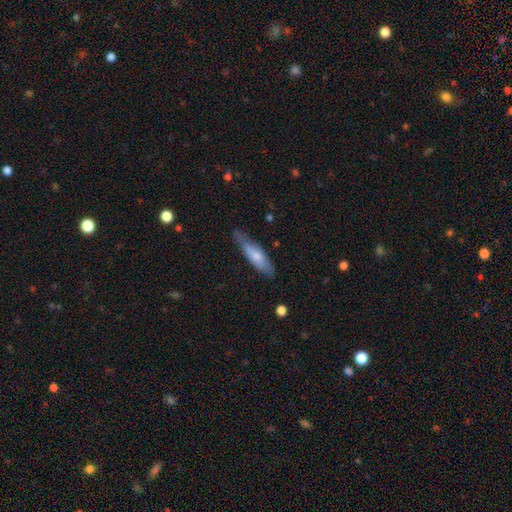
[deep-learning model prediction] The model was most divided on "smooth or featured": smooth: 63%, featured or disk: 32%, star or artifact: 5%. More confident: merging — none (66%); how rounded — cigar-shaped (65%).